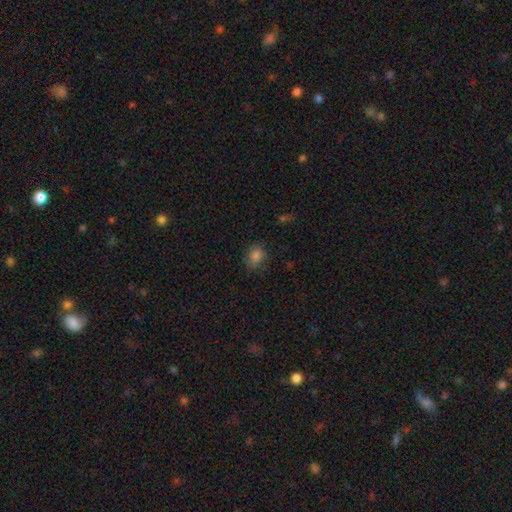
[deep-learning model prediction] smooth 82%, star or artifact 12%, featured or disk 6%. Down the decision tree: how rounded — in between (50%); merging — none (80%).